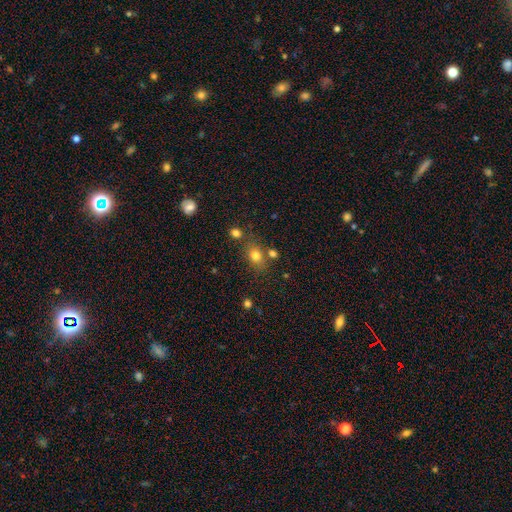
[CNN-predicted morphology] smooth 78%, star or artifact 13%, featured or disk 9%. Down the decision tree: how rounded — in between (59%); merging — none (69%).